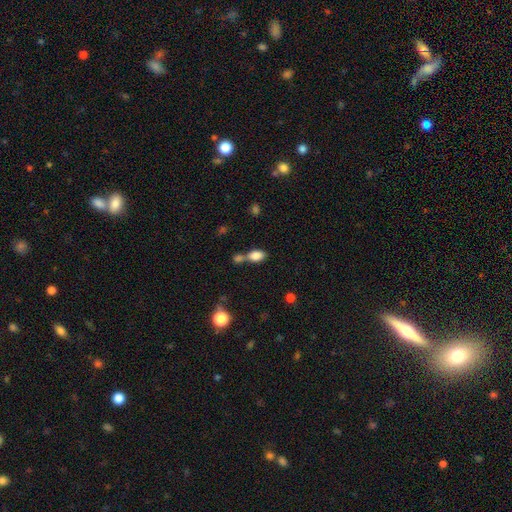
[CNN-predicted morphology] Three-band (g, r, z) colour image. It shows a smooth galaxy with no disk features (83%) that is in between round and cigar-shaped (88%). Merging: none (44%).